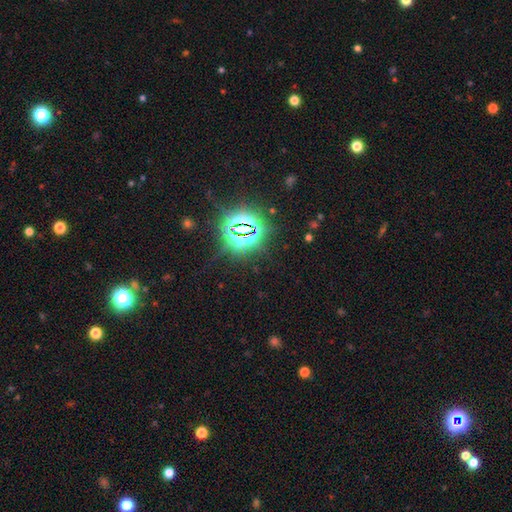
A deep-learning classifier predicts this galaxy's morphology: smooth-or-featured: star or artifact: 83% | smooth: 11% | featured or disk: 7%